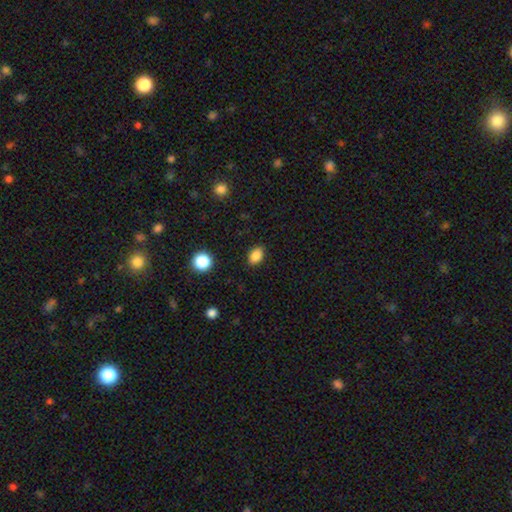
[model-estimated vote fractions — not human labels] A smooth galaxy with no disk features (86%) that is in between round and cigar-shaped (80%). Merging: none (87%).